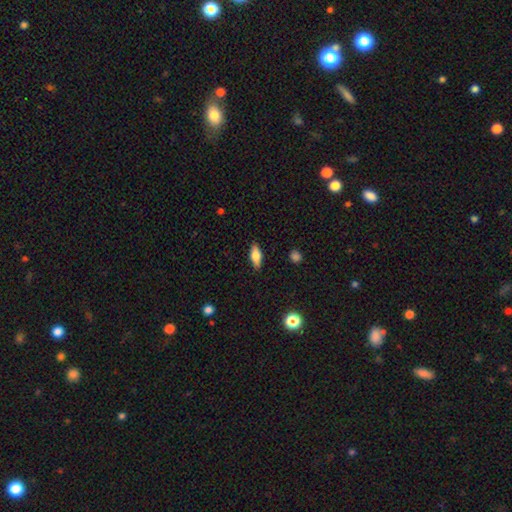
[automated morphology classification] Smooth or featured: smooth — 69% (featured or disk — 24%)
How rounded: in between — 74% (cigar-shaped — 23%)
Merging: none — 87% (minor disturbance — 10%)